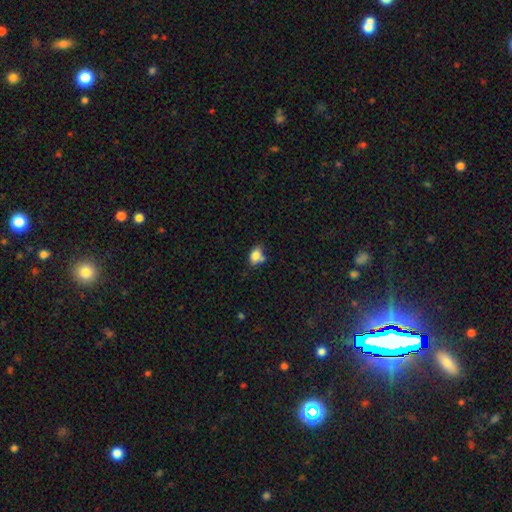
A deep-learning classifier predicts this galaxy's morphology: type=smooth (81%); roundness=in between (77%); merging=none (53%).